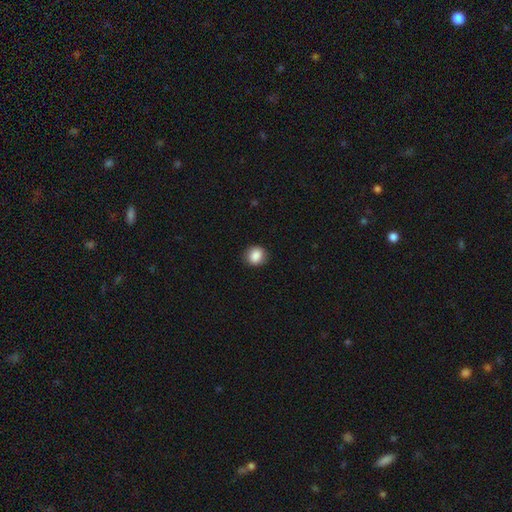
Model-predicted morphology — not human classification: smooth_or_featured: smooth (p=0.87) [alt: star or artifact p=0.08]
how_rounded: round (p=0.76) [alt: in between p=0.23]
merging: none (p=0.86) [alt: minor disturbance p=0.11]